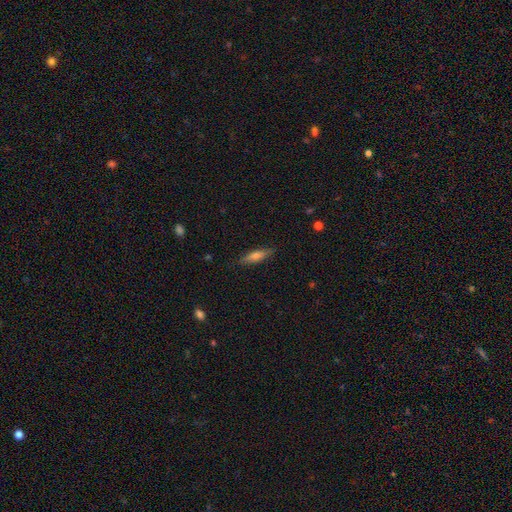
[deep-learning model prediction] smooth_or_featured: smooth (p=0.64) [alt: featured or disk p=0.29]
how_rounded: cigar-shaped (p=0.74) [alt: in between p=0.24]
merging: none (p=0.84) [alt: minor disturbance p=0.12]